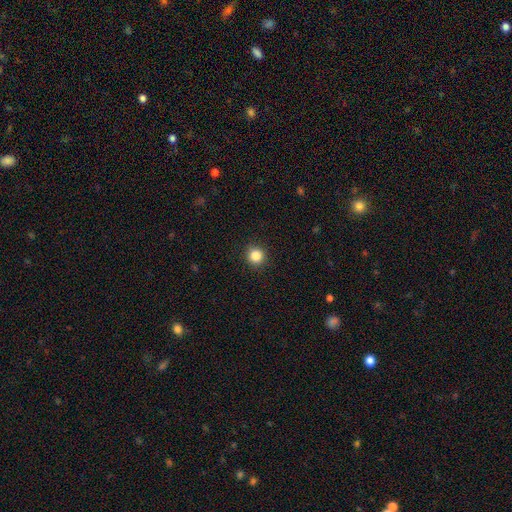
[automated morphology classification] Overall: smooth (85%). How rounded: round (95%). Merging: none (92%).